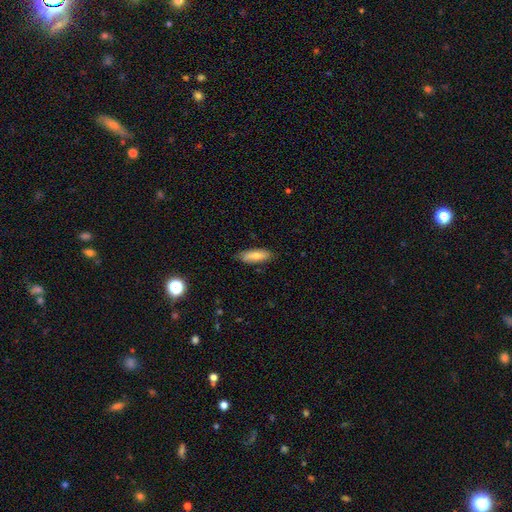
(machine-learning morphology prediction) smooth_or_featured: smooth (p=0.76) [alt: featured or disk p=0.18]
how_rounded: in between (p=0.63) [alt: cigar-shaped p=0.35]
merging: none (p=0.82) [alt: minor disturbance p=0.15]